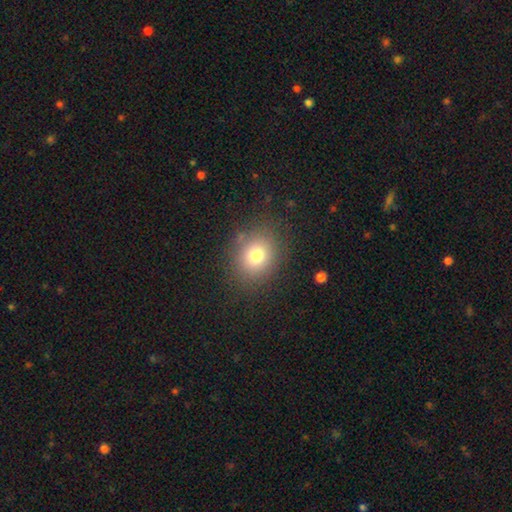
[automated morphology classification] A smooth galaxy with no disk features (77%) that is round (60%). Merging: none (84%).